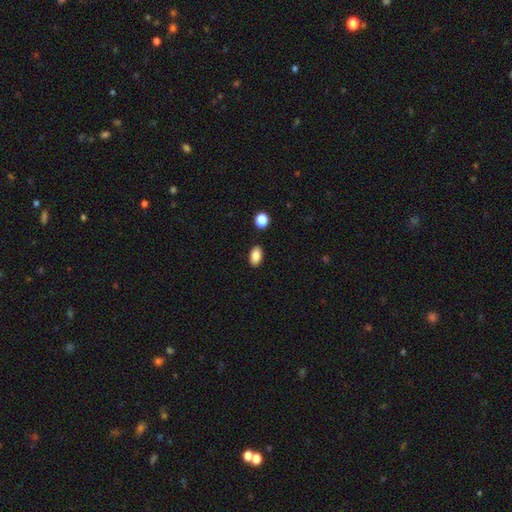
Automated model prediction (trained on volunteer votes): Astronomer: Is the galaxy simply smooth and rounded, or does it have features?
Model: smooth — 86%.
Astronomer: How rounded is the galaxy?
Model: in between — 91%.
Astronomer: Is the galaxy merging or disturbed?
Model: none — 88%.